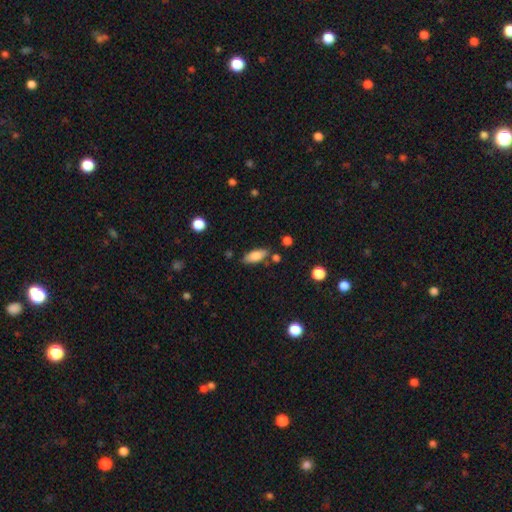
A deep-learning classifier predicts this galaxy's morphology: Smooth or featured?
  - smooth: 79% *
  - featured or disk: 14%
  - star or artifact: 7%
How rounded?
  - in between: 78% *
  - cigar-shaped: 19%
  - round: 2%
Merging?
  - none: 77% *
  - minor disturbance: 14%
  - merger: 6%
  - major disturbance: 3%